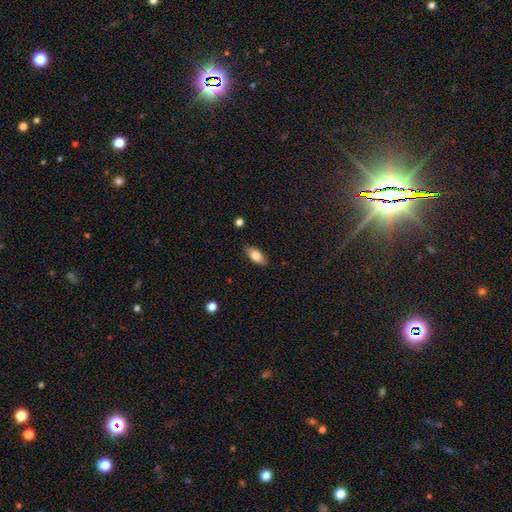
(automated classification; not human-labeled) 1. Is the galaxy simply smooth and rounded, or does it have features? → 78% smooth, 16% featured or disk, 7% star or artifact.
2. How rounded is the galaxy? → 84% in between, 13% cigar-shaped, 3% round.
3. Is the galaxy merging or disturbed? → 86% none, 11% minor disturbance, 2% major disturbance, 1% merger.